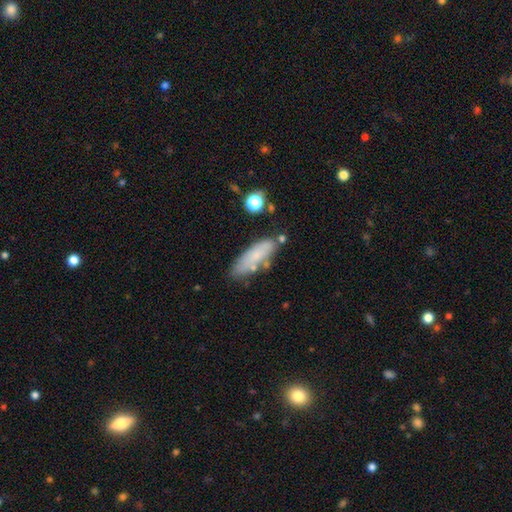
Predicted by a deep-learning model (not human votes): Overall: smooth (71%). How rounded: in between (56%; cigar-shaped 41%). Merging: none (66%).